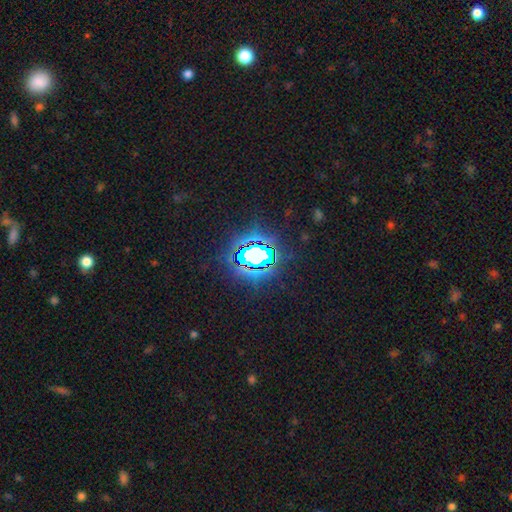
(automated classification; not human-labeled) Smooth or featured: star or artifact — 75% (smooth — 14%)